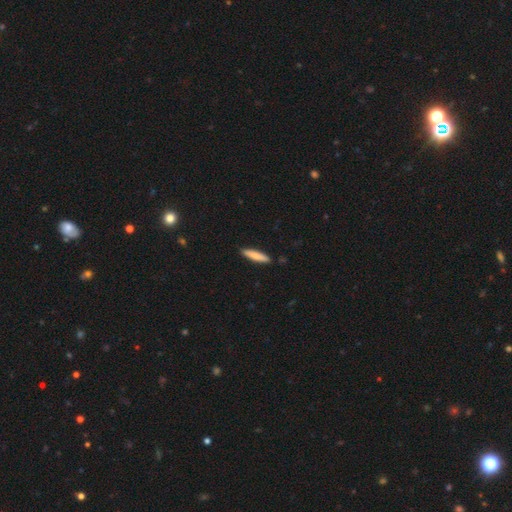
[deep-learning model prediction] The model was most divided on "smooth or featured": smooth: 81%, featured or disk: 14%, star or artifact: 5%. More confident: merging — none (88%); how rounded — cigar-shaped (85%).